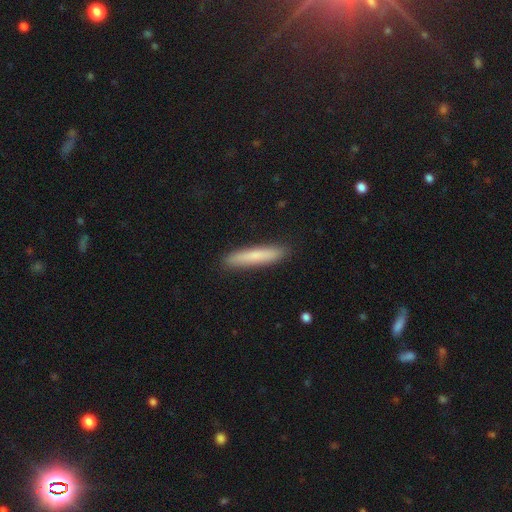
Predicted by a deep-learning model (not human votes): Smooth or featured? Predicted: smooth (p=0.78). How rounded? Predicted: cigar-shaped (p=0.92). Merging? Predicted: none (p=0.91).